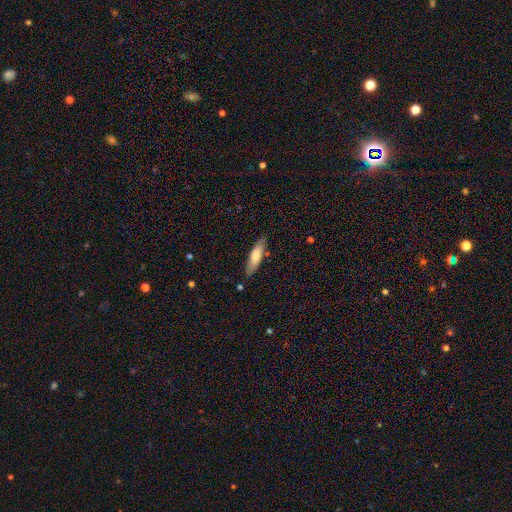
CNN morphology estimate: The model was most divided on "how rounded": cigar-shaped: 63%, in between: 36%, round: 2%. More confident: merging — none (83%); smooth or featured — smooth (68%).